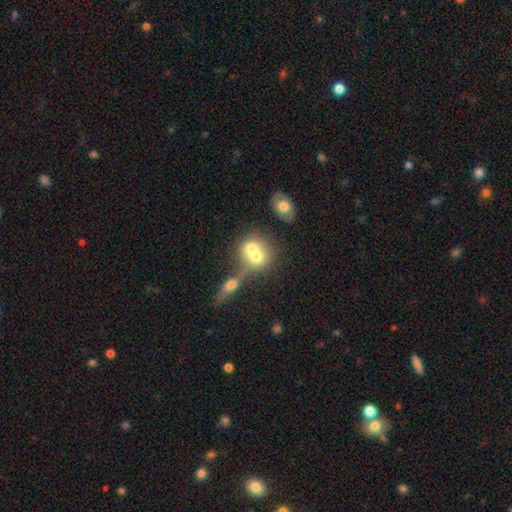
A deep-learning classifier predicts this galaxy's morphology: Smooth or featured? Predicted: smooth (p=0.65). How rounded? Predicted: round (p=0.73). Merging? Predicted: merger (p=0.65).